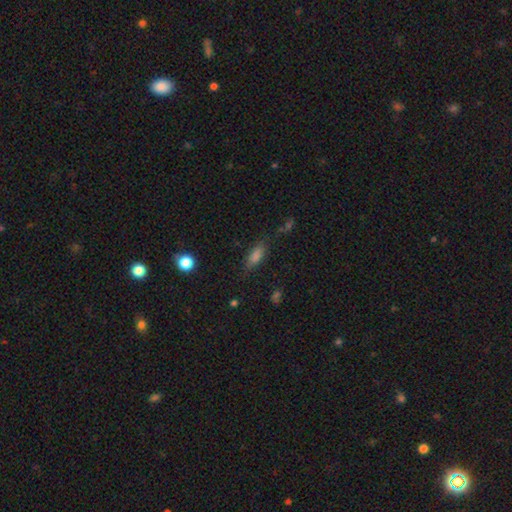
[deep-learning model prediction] smooth-or-featured: smooth: 74% | star or artifact: 14% | featured or disk: 12%
  how-rounded: in between: 64% | cigar-shaped: 31% | round: 4%
  merging: none: 75% | minor disturbance: 16% | major disturbance: 6% | merger: 3%